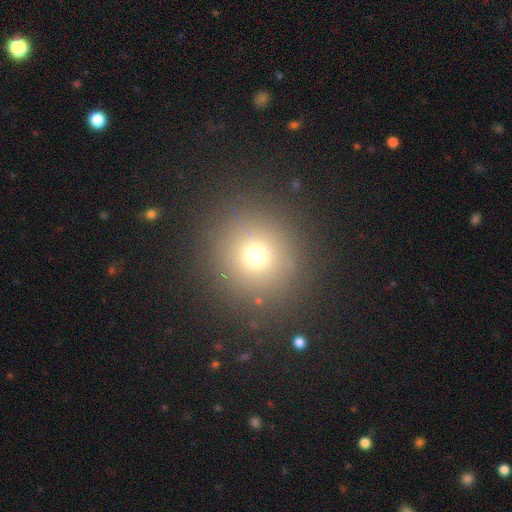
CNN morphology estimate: Q: Smooth or featured?
A: smooth (69%); runner-up: star or artifact (21%)
Q: How rounded?
A: round (92%); runner-up: in between (7%)
Q: Merging?
A: none (87%); runner-up: minor disturbance (7%)